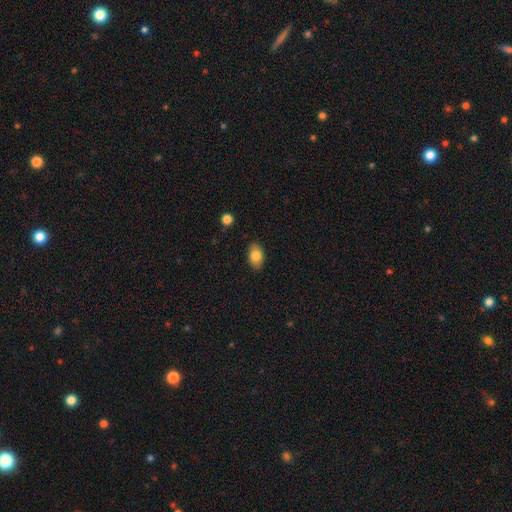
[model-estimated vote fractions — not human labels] A smooth galaxy with no disk features (82%) that is in between round and cigar-shaped (88%). Merging: none (87%).